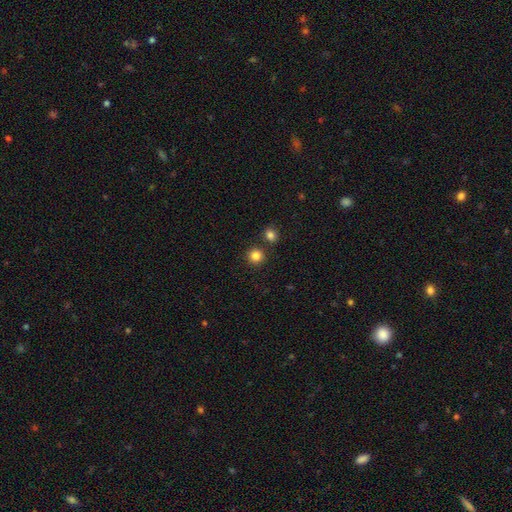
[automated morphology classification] smooth 84%, star or artifact 12%, featured or disk 4%. Down the decision tree: how rounded — round (93%); merging — none (83%).